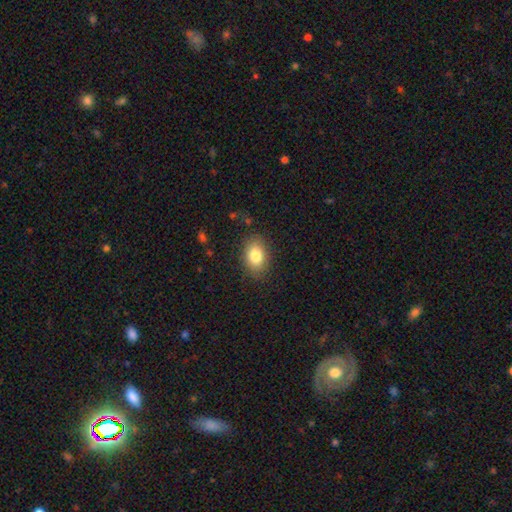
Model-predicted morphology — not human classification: Overall: smooth (81%). How rounded: in between (79%). Merging: none (83%).